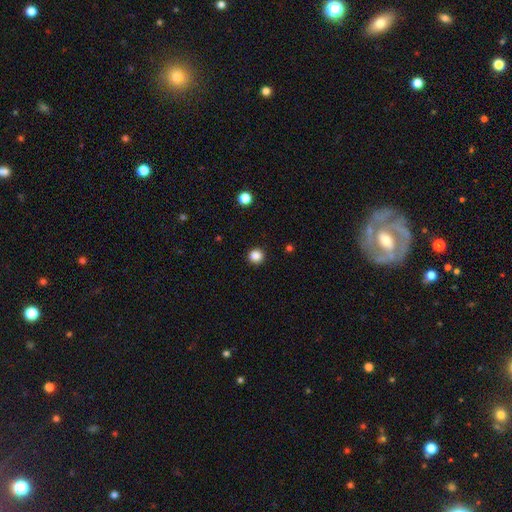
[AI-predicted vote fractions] Smooth or featured: smooth — 86% (star or artifact — 11%)
How rounded: round — 95% (in between — 4%)
Merging: none — 93% (minor disturbance — 4%)